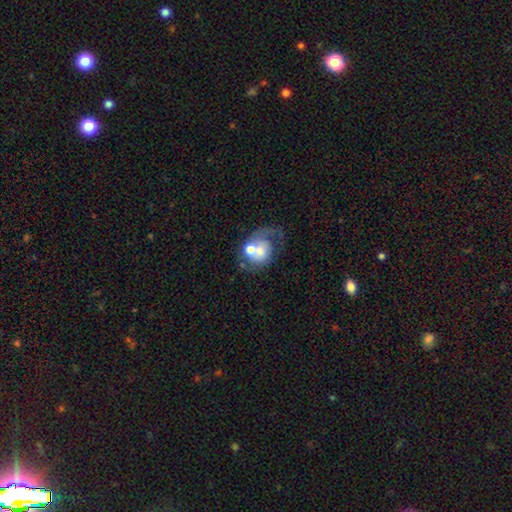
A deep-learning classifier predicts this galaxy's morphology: This is possibly a featured or disk galaxy (55%). It is clearly not viewed edge-on (97%). Bar: likely no (78%). Spiral arm pattern: likely yes (63%). Central bulge: possibly moderate (48%). Merging: marginally merger (37%).